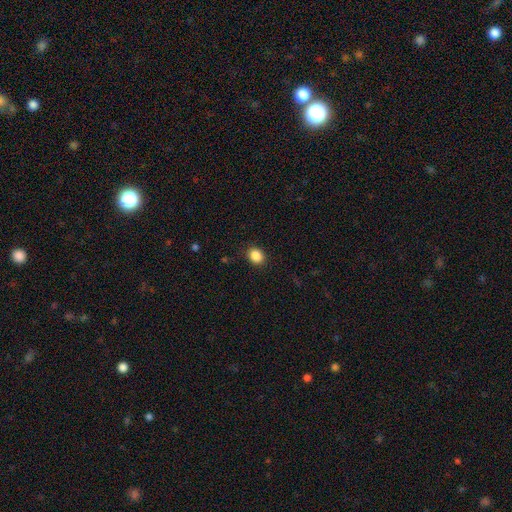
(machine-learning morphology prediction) Smooth or featured? Predicted: smooth (p=0.87). How rounded? Predicted: round (p=0.63). Merging? Predicted: none (p=0.88).